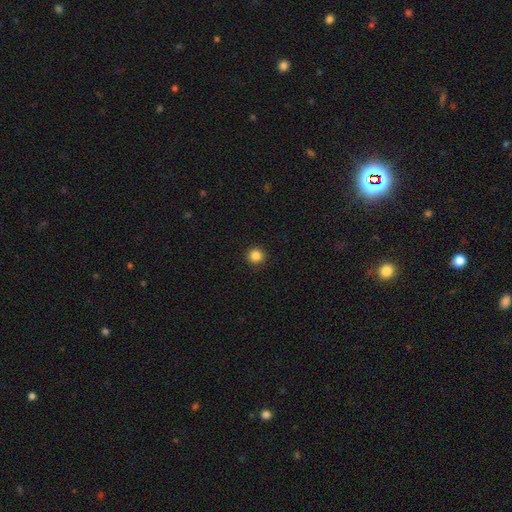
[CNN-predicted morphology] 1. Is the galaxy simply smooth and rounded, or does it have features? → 85% smooth, 11% star or artifact, 4% featured or disk.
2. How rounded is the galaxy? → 94% round, 5% in between, 1% cigar-shaped.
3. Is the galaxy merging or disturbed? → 92% none, 5% minor disturbance, 2% major disturbance, 1% merger.